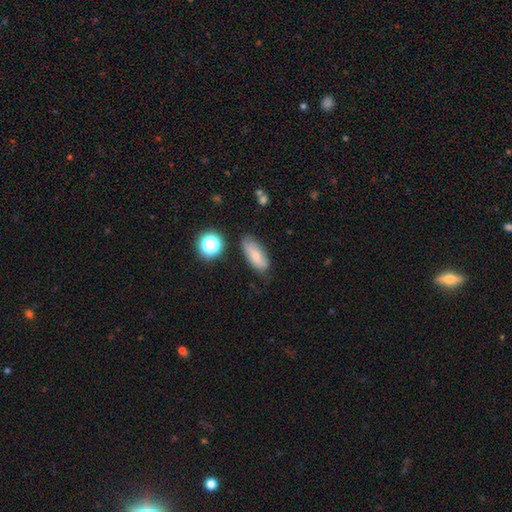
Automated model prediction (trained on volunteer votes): Smooth or featured?
  - smooth: 68% *
  - featured or disk: 21%
  - star or artifact: 10%
How rounded?
  - in between: 77% *
  - cigar-shaped: 18%
  - round: 5%
Merging?
  - none: 67% *
  - minor disturbance: 24%
  - major disturbance: 6%
  - merger: 3%